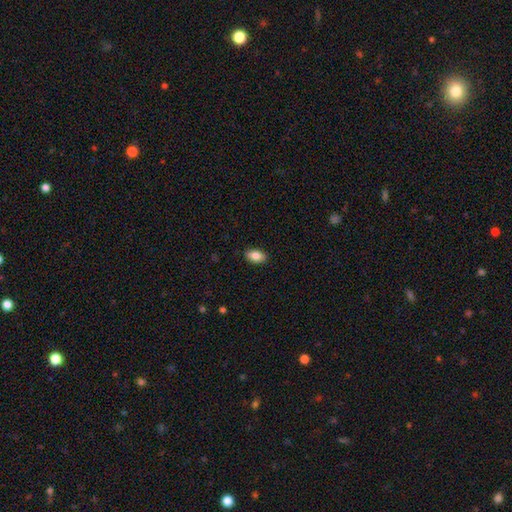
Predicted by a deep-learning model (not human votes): smooth_or_featured: smooth (p=0.85) [alt: featured or disk p=0.08]
how_rounded: in between (p=0.91) [alt: round p=0.06]
merging: none (p=0.89) [alt: minor disturbance p=0.08]